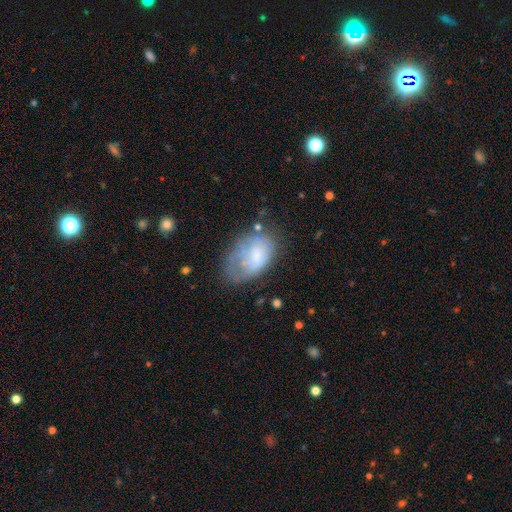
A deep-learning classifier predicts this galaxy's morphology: A smooth galaxy with no disk features (54%) that is in between round and cigar-shaped (87%). Merging: none (38%).